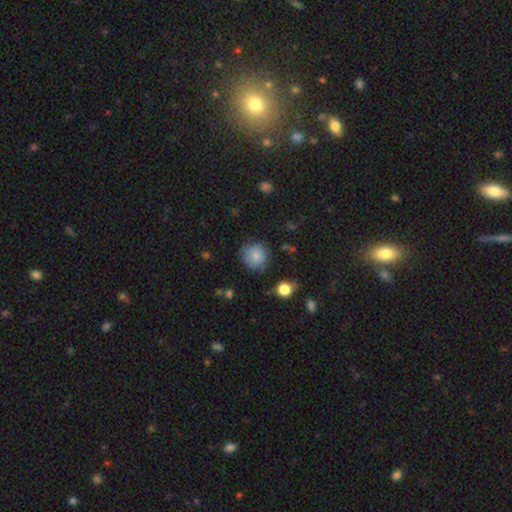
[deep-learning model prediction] This appears to be a smooth galaxy with no disk features (82%) that is round (90%). Merging: none (76%).